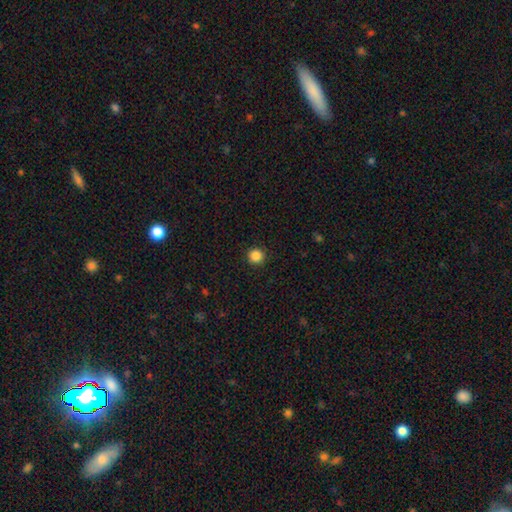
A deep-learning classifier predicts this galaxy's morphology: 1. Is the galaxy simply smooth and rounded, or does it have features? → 86% smooth, 11% star or artifact, 3% featured or disk.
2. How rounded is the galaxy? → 94% round, 5% in between, 1% cigar-shaped.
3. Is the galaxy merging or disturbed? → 91% none, 6% minor disturbance, 2% major disturbance, 1% merger.